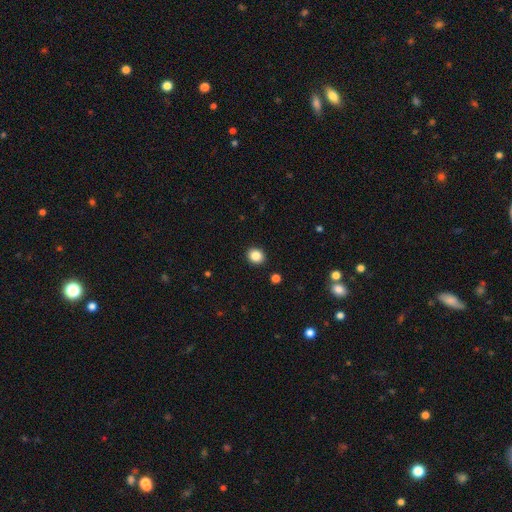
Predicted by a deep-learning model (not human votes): Smooth or featured? Predicted: smooth (p=0.85). How rounded? Predicted: round (p=0.74). Merging? Predicted: none (p=0.92).